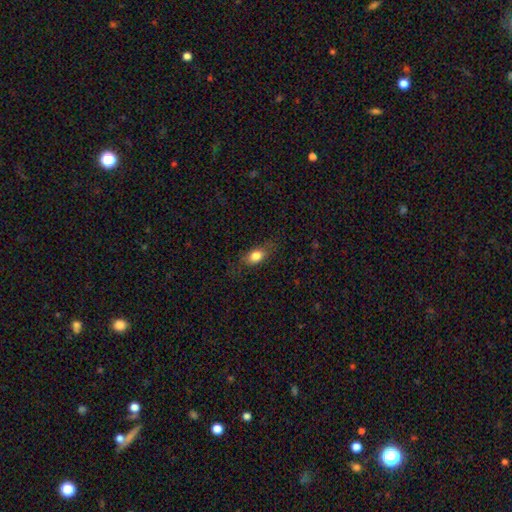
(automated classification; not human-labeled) The model was most divided on "merging": none: 73%, minor disturbance: 19%, major disturbance: 7%, merger: 1%. More confident: smooth or featured — smooth (79%); how rounded — in between (77%).